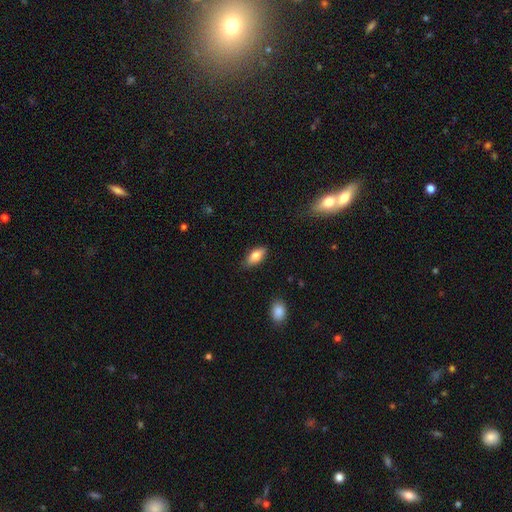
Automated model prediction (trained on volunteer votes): Smooth or featured: smooth — 79% (featured or disk — 14%)
How rounded: in between — 85% (cigar-shaped — 12%)
Merging: none — 84% (minor disturbance — 13%)